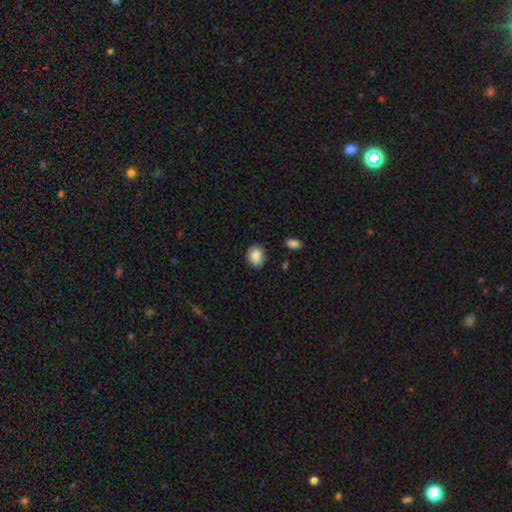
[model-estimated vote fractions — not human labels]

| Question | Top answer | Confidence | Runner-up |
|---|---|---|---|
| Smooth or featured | smooth | 86% | star or artifact (8%) |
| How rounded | round | 61% | in between (38%) |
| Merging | none | 79% | minor disturbance (16%) |